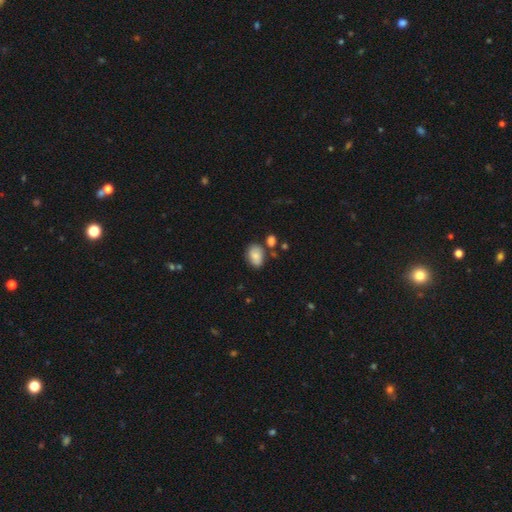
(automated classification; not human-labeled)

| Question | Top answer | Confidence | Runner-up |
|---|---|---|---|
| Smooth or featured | smooth | 81% | featured or disk (11%) |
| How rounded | in between | 82% | round (16%) |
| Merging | none | 69% | minor disturbance (17%) |